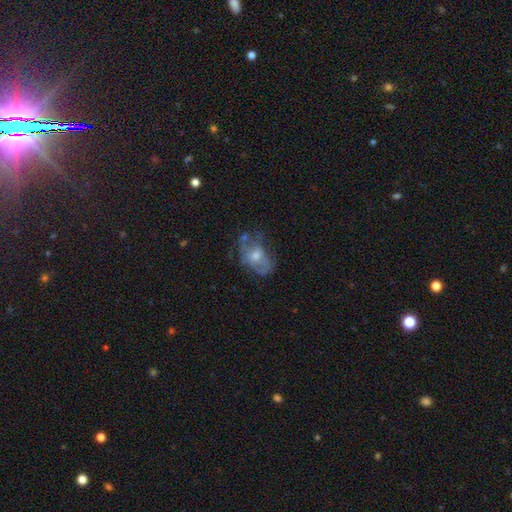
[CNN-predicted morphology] A featured or disk galaxy (55%) with no bar (77%), no spiral arms (57%) and a moderate central bulge (57%).

Vote fractions:
- Smooth or featured? featured or disk: 55% / smooth: 34% / star or artifact: 11%
- Edge-on disk? no: 95% / yes: 5%
- Bar? no: 77% / weak: 20% / strong: 4%
- Spiral arms? no: 57% / yes: 43%
- Bulge size? moderate: 57% / small: 33% / large: 5% / none: 4% / dominant: 1%
- Merging? none: 44% / minor disturbance: 28% / major disturbance: 23% / merger: 5%